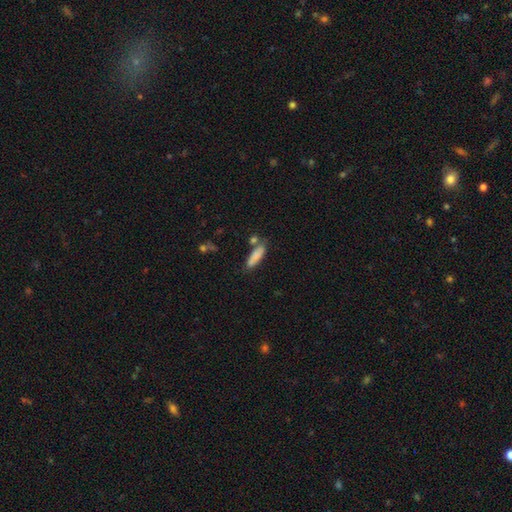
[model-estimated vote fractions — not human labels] This is clearly a smooth galaxy (82%). How rounded: likely cigar-shaped (61%). Merging: likely none (64%).